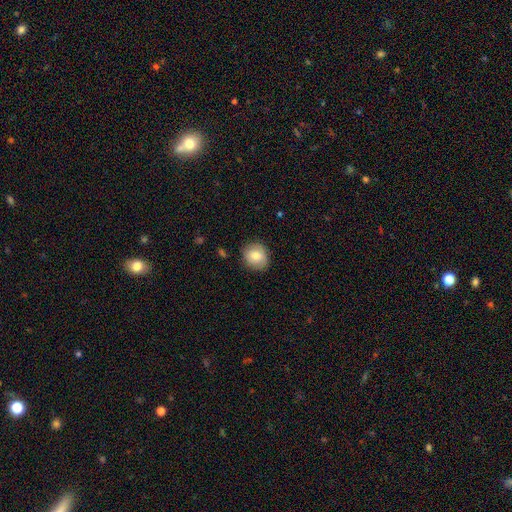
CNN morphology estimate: smooth 80%, featured or disk 12%, star or artifact 8%. Down the decision tree: how rounded — round (77%); merging — none (85%).